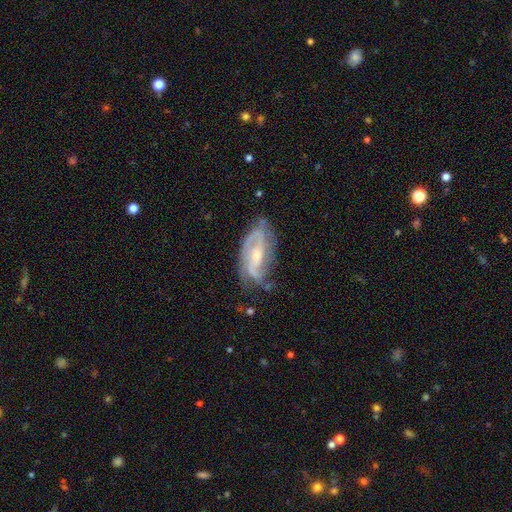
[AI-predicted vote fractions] Q: Smooth or featured?
A: featured or disk (84%); runner-up: smooth (10%)
Q: Edge-on disk?
A: no (93%); runner-up: yes (7%)
Q: Bar?
A: weak (42%); tied with: no (42%)
Q: Spiral arms?
A: yes (94%); runner-up: no (6%)
Q: Spiral winding?
A: medium (44%); runner-up: tight (36%)
Q: Spiral arm count?
A: 2 (54%); runner-up: can't tell (19%)
Q: Bulge size?
A: moderate (48%); runner-up: small (46%)
Q: Merging?
A: none (63%); runner-up: minor disturbance (25%)